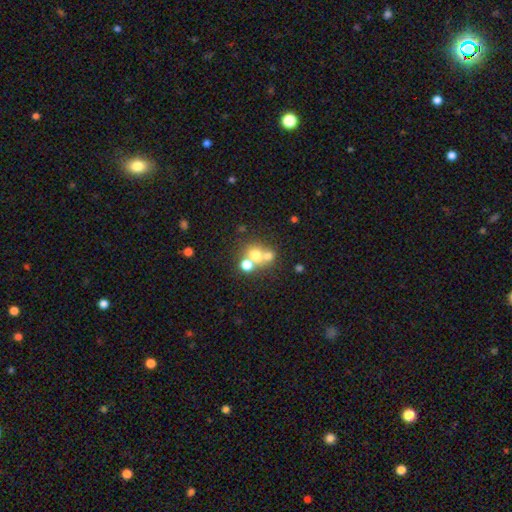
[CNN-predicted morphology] type=smooth (63%); roundness=round (78%); merging=merger (49%).